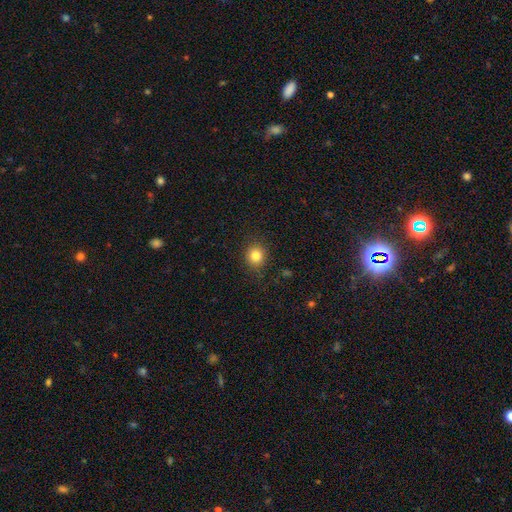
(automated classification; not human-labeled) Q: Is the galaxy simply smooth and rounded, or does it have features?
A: smooth — 83%.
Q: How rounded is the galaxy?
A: round — 84%.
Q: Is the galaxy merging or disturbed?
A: none — 88%.